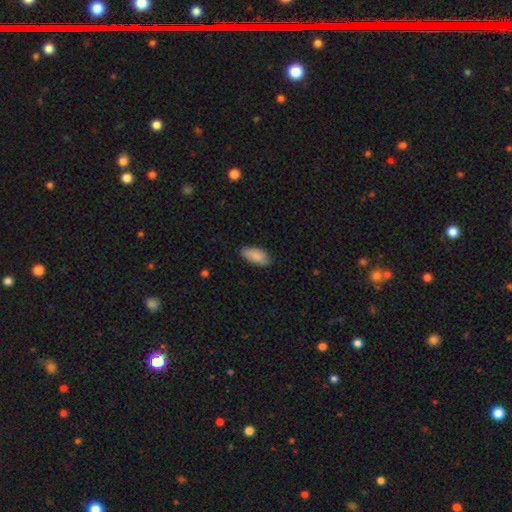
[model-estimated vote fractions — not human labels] This appears to be a smooth galaxy with no disk features (88%) that is in between round and cigar-shaped (91%). Merging: none (84%).